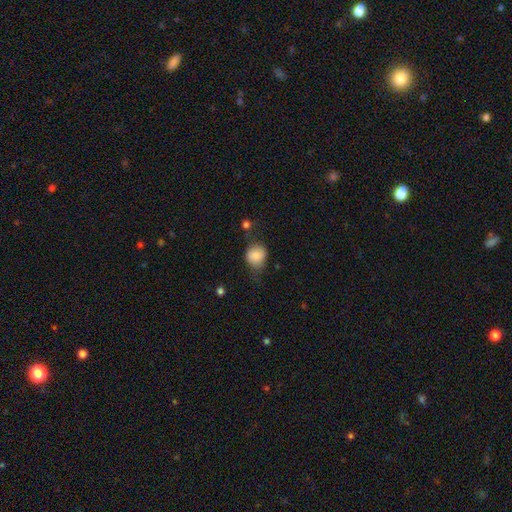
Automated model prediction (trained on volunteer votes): Q: Smooth or featured?
A: smooth (81%); runner-up: featured or disk (10%)
Q: How rounded?
A: round (70%); runner-up: in between (29%)
Q: Merging?
A: none (56%); runner-up: minor disturbance (31%)